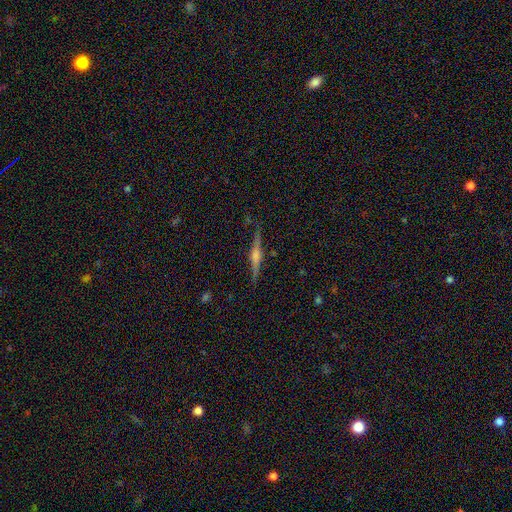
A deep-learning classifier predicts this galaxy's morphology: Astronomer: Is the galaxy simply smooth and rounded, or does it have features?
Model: featured or disk — 80%.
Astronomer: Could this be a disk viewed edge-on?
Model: yes — 98%.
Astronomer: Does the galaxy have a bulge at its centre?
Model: rounded — 79%.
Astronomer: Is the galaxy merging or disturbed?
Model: none — 89%.